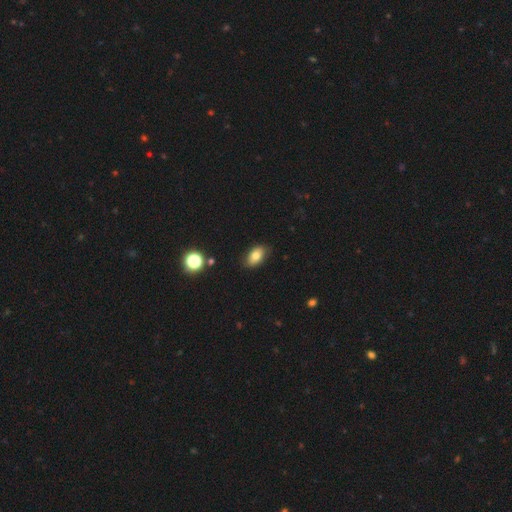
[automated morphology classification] This appears to be a smooth galaxy with no disk features (78%) that is in between round and cigar-shaped (89%). Merging: none (82%).